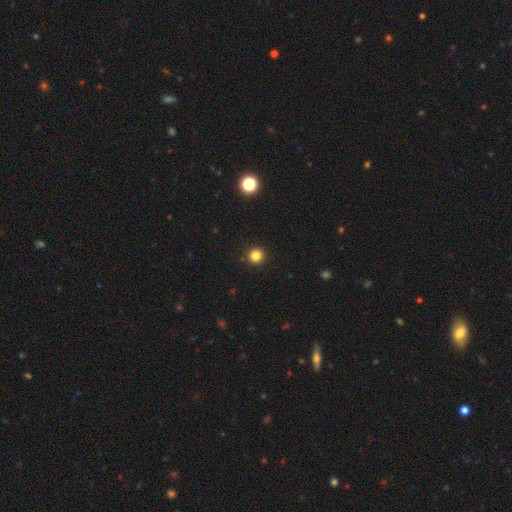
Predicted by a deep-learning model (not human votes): smooth_or_featured: smooth (p=0.83) [alt: star or artifact p=0.13]
how_rounded: round (p=0.95) [alt: in between p=0.04]
merging: none (p=0.93) [alt: minor disturbance p=0.04]